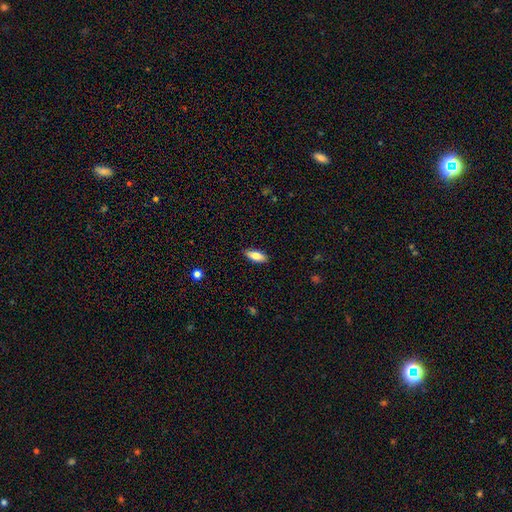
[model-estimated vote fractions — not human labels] smooth 80%, featured or disk 14%, star or artifact 6%. Down the decision tree: how rounded — in between (75%); merging — none (88%).